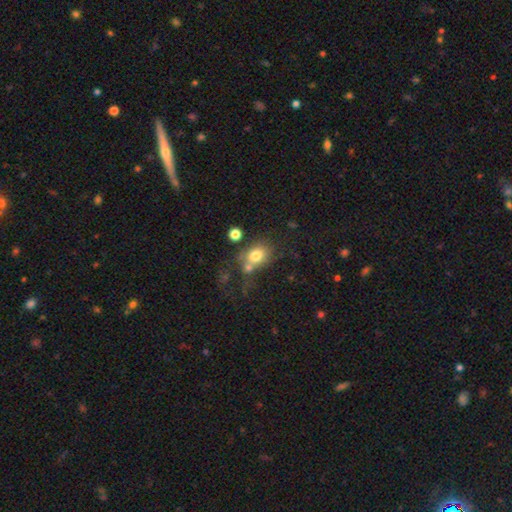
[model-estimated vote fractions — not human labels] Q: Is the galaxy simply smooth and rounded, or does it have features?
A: smooth — 75%.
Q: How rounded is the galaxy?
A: round — 50%.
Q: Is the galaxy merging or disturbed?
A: none — 47%.